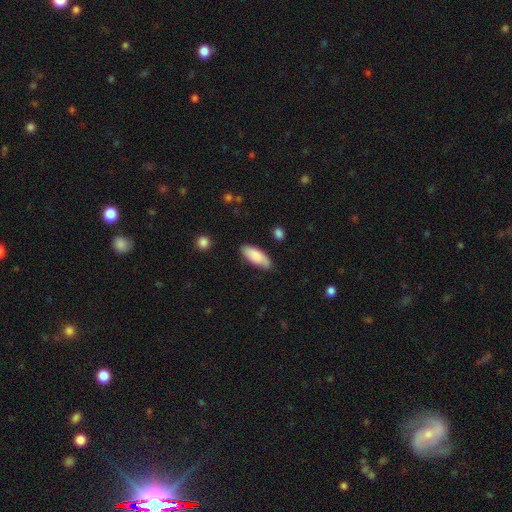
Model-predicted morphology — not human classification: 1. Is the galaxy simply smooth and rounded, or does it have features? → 86% smooth, 8% featured or disk, 6% star or artifact.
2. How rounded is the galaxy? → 79% in between, 20% cigar-shaped, 2% round.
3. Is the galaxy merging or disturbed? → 77% none, 18% minor disturbance, 3% major disturbance, 2% merger.